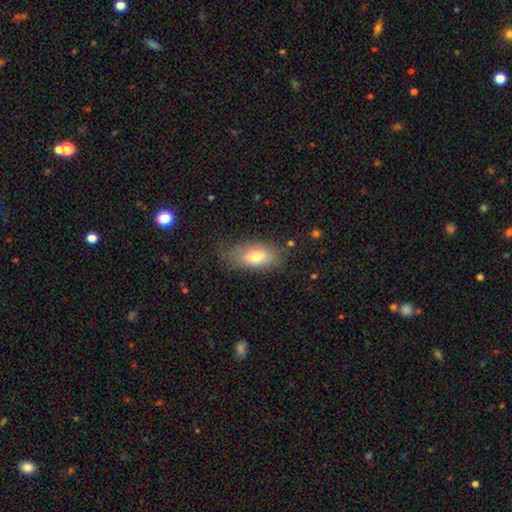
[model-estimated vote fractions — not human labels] Morphology: type=smooth (72%); roundness=in between (87%); merging=none (65%).